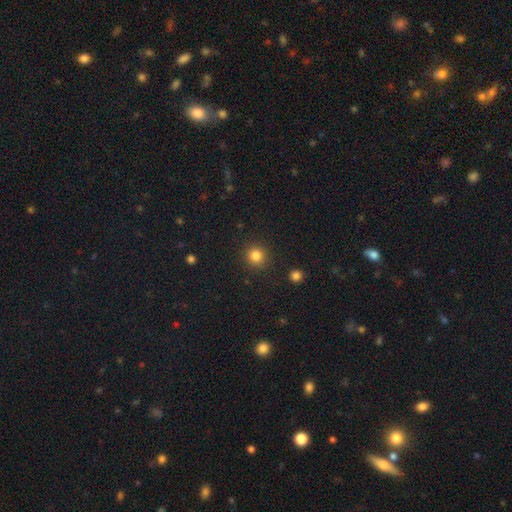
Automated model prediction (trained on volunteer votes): smooth 83%, star or artifact 12%, featured or disk 5%. Down the decision tree: how rounded — round (93%); merging — none (91%).